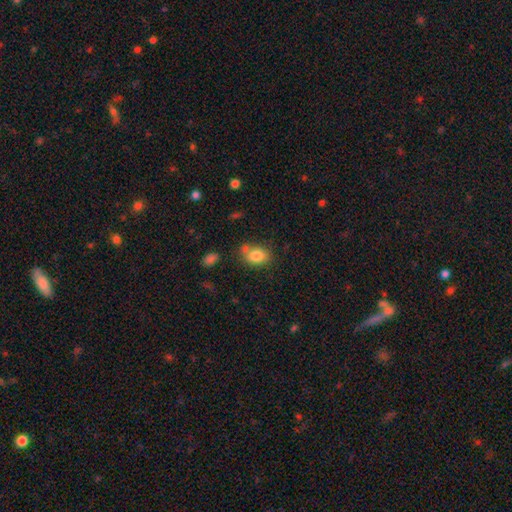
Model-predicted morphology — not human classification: smooth-or-featured: smooth: 82% | star or artifact: 9% | featured or disk: 9%
  how-rounded: in between: 75% | round: 23% | cigar-shaped: 1%
  merging: none: 60% | merger: 19% | minor disturbance: 16% | major disturbance: 5%